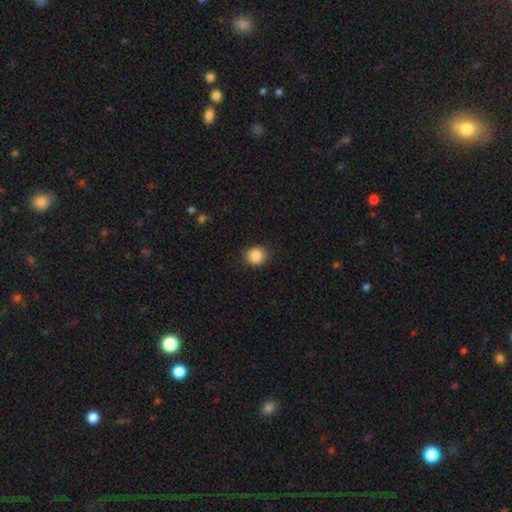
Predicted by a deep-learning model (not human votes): A smooth galaxy with no disk features (88%) that is round (85%). Merging: none (86%).